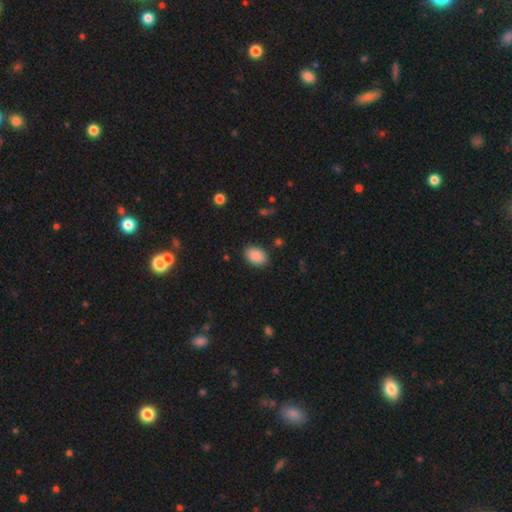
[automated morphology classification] Smooth or featured: smooth — 90% (star or artifact — 7%)
How rounded: in between — 85% (round — 14%)
Merging: none — 87% (minor disturbance — 9%)